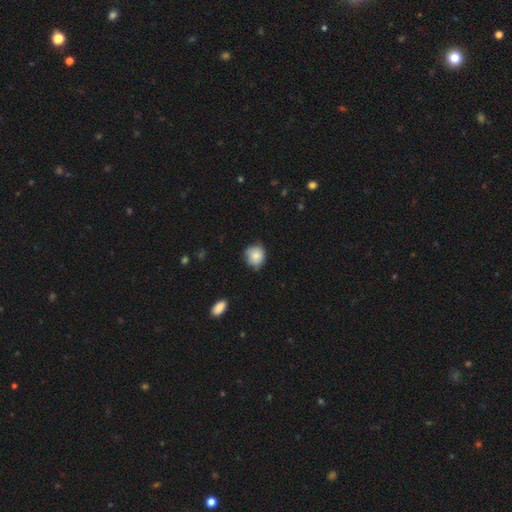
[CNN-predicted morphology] Smooth or featured? Predicted: smooth (p=0.85). How rounded? Predicted: round (p=0.77). Merging? Predicted: none (p=0.71).